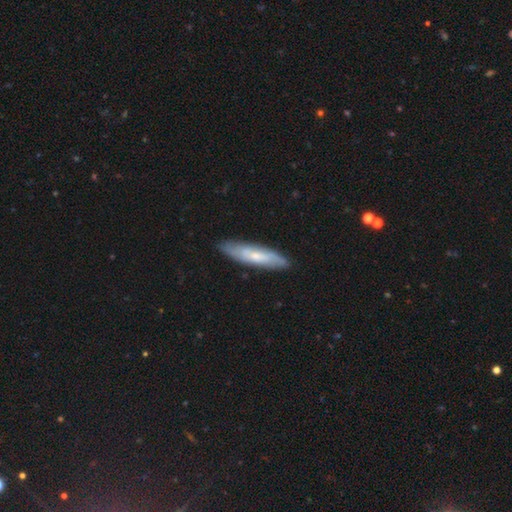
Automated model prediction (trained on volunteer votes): Smooth or featured?
  - smooth: 51% *
  - featured or disk: 43%
  - star or artifact: 6%
How rounded?
  - cigar-shaped: 79% *
  - in between: 19%
  - round: 2%
Merging?
  - none: 85% *
  - minor disturbance: 11%
  - major disturbance: 2%
  - merger: 1%